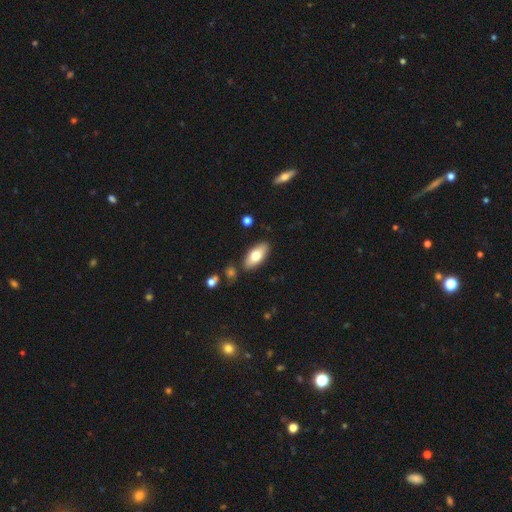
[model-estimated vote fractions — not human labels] Overall: smooth (71%). How rounded: in between (84%). Merging: none (85%).